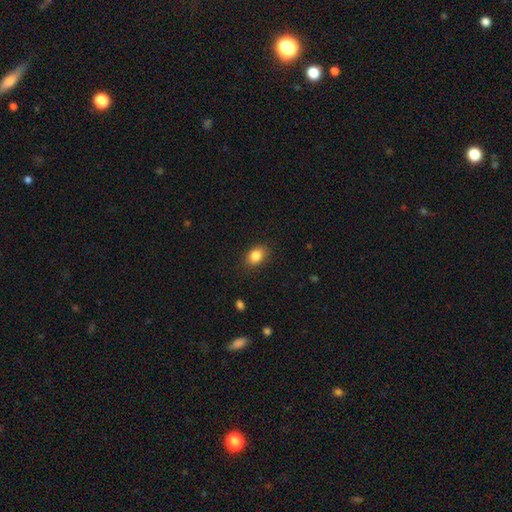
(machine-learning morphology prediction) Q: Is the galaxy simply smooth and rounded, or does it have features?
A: smooth — 86%.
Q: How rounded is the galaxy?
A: in between — 69%.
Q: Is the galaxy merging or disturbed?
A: none — 85%.